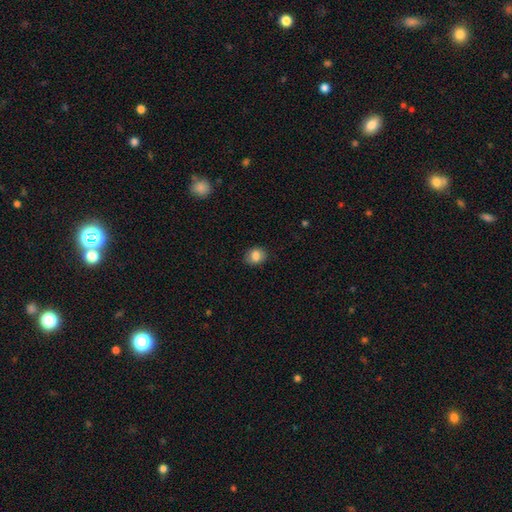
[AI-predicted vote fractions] Smooth or featured?
  - smooth: 83% *
  - star or artifact: 9%
  - featured or disk: 8%
How rounded?
  - round: 55% *
  - in between: 44%
  - cigar-shaped: 1%
Merging?
  - none: 84% *
  - minor disturbance: 12%
  - major disturbance: 3%
  - merger: 1%